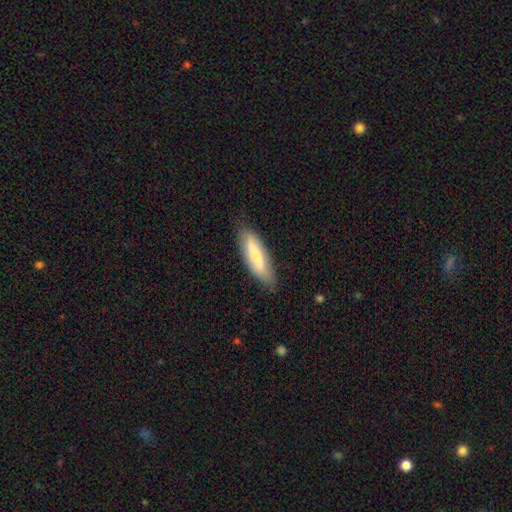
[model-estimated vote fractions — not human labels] smooth_or_featured: smooth (p=0.63) [alt: featured or disk p=0.31]
how_rounded: cigar-shaped (p=0.49) [tied with: in between p=0.49]
merging: none (p=0.79) [alt: minor disturbance p=0.16]